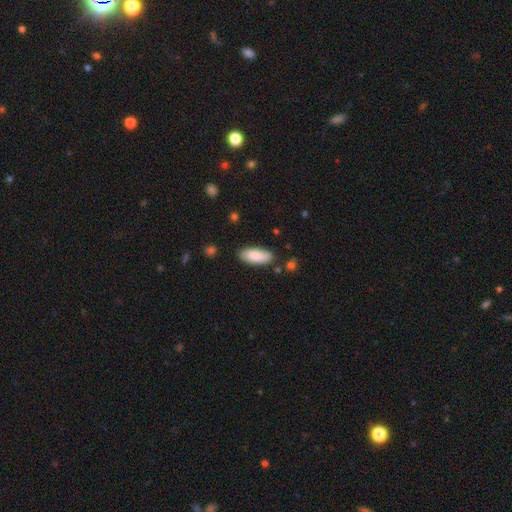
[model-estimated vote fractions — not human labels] smooth_or_featured: smooth (p=0.84) [alt: featured or disk p=0.10]
how_rounded: in between (p=0.81) [alt: cigar-shaped p=0.17]
merging: none (p=0.84) [alt: minor disturbance p=0.11]